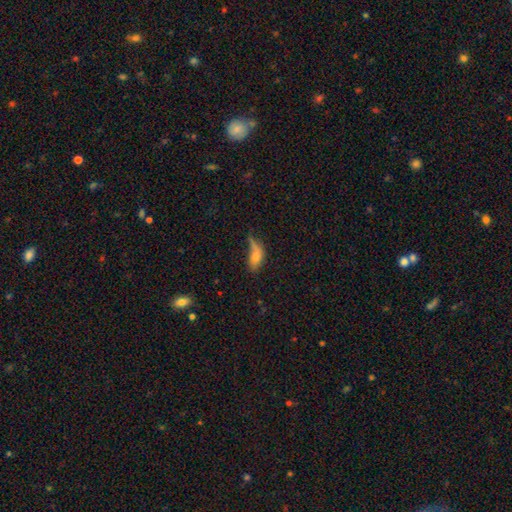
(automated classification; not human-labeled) Smooth or featured?
  - smooth: 69% *
  - featured or disk: 21%
  - star or artifact: 10%
How rounded?
  - in between: 81% *
  - cigar-shaped: 14%
  - round: 5%
Merging?
  - major disturbance: 31% *
  - minor disturbance: 29%
  - none: 27%
  - merger: 12%